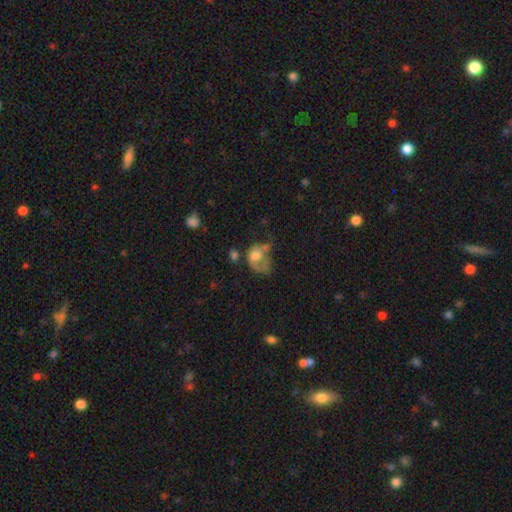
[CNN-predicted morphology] A smooth galaxy with no disk features (46%). Merging: major disturbance (45%).